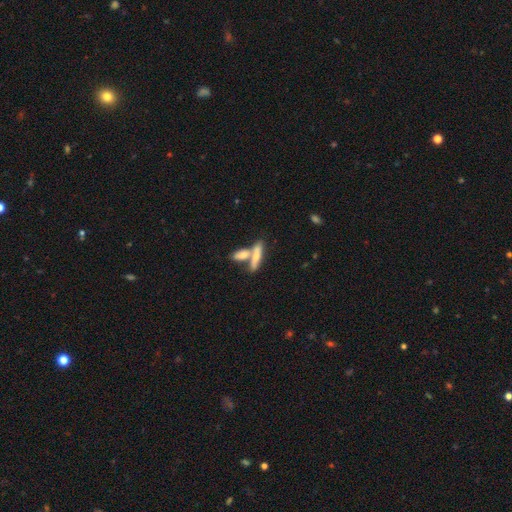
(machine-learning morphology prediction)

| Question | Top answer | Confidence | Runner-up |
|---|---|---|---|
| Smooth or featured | smooth | 59% | featured or disk (34%) |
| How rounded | cigar-shaped | 63% | in between (33%) |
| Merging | merger | 47% | none (41%) |